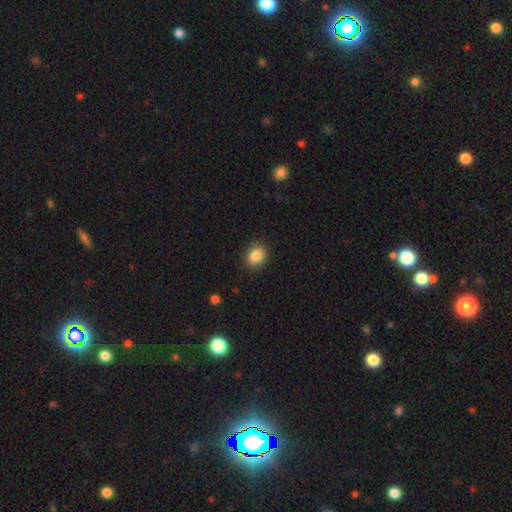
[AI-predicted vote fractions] Smooth or featured?
  - smooth: 86% *
  - star or artifact: 9%
  - featured or disk: 5%
How rounded?
  - in between: 51% *
  - round: 48%
  - cigar-shaped: 1%
Merging?
  - none: 86% *
  - minor disturbance: 10%
  - major disturbance: 3%
  - merger: 1%